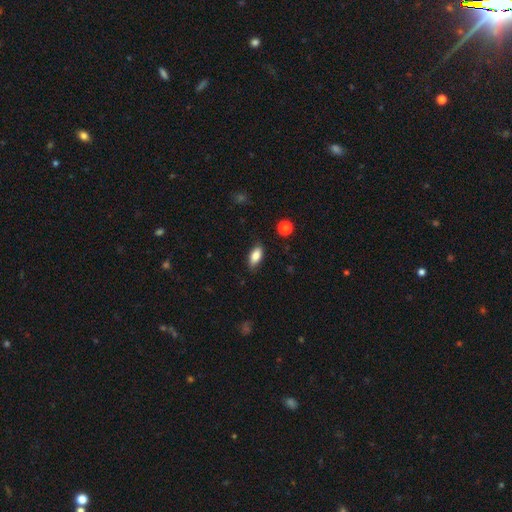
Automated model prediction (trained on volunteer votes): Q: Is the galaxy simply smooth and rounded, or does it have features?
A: smooth — 84%.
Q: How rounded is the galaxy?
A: in between — 88%.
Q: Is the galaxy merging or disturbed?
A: none — 82%.